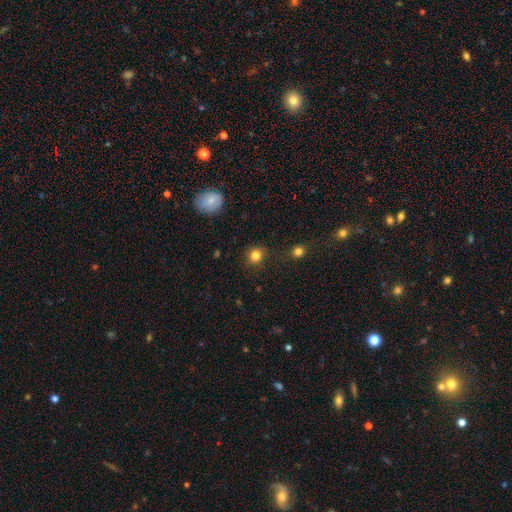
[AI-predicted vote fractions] Smooth or featured? smooth (83%)
How rounded? round (88%)
Merging? none (86%)